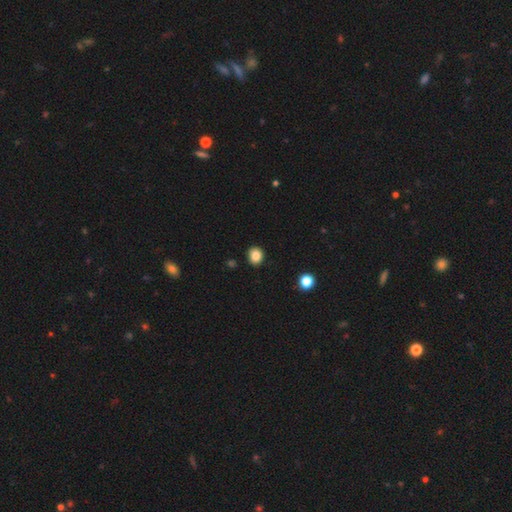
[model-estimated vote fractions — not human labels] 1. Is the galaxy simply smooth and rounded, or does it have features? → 84% smooth, 11% star or artifact, 5% featured or disk.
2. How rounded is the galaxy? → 78% round, 22% in between, 1% cigar-shaped.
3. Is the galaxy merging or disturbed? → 91% none, 6% minor disturbance, 2% major disturbance, 1% merger.